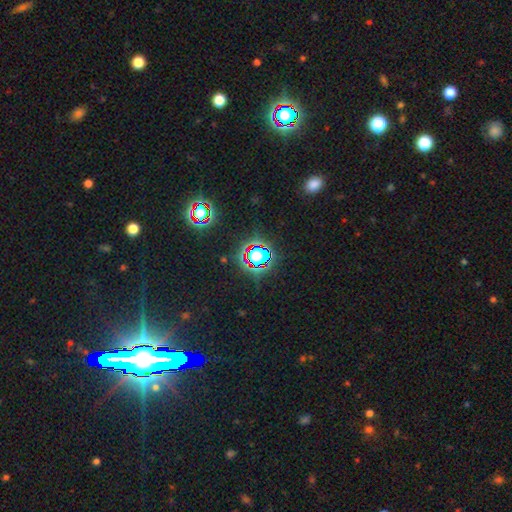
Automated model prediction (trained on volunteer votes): A star or artifact, not a galaxy (72%).